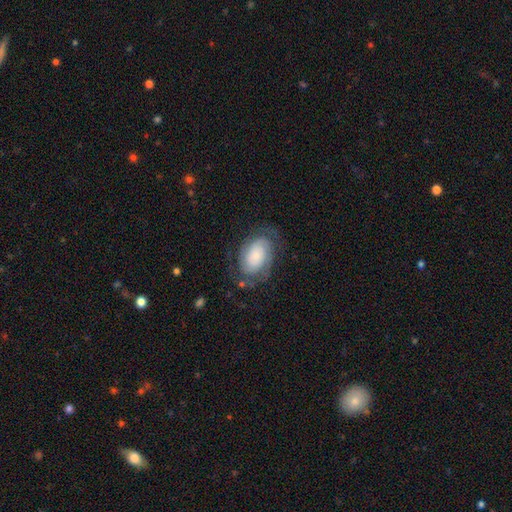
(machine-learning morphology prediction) Smooth or featured?
  - featured or disk: 59% *
  - smooth: 33%
  - star or artifact: 8%
Edge-on disk?
  - no: 97% *
  - yes: 3%
Bar?
  - no: 74% *
  - weak: 21%
  - strong: 5%
Spiral arms?
  - yes: 89% *
  - no: 11%
Spiral winding?
  - tight: 50% *
  - medium: 36%
  - loose: 14%
Spiral arm count?
  - 2: 65% *
  - can't tell: 20%
  - 3: 6%
  - 1: 4%
  - 4: 2%
  - more than 4: 2%
Bulge size?
  - small: 44% *
  - moderate: 19%
  - large: 17%
  - none: 11%
  - dominant: 9%
Merging?
  - none: 65% *
  - minor disturbance: 20%
  - major disturbance: 13%
  - merger: 2%